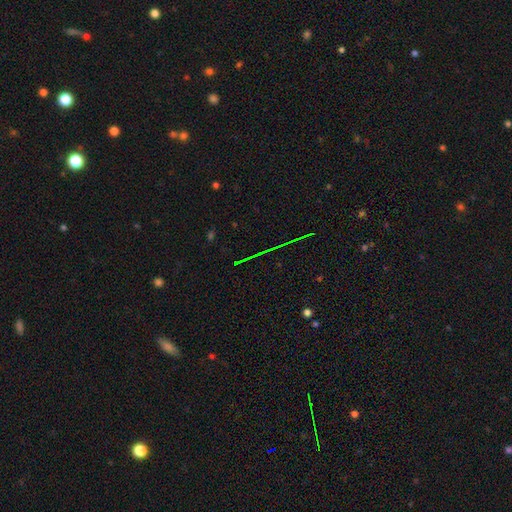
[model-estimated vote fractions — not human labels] star or artifact 73%, featured or disk 15%, smooth 12%.